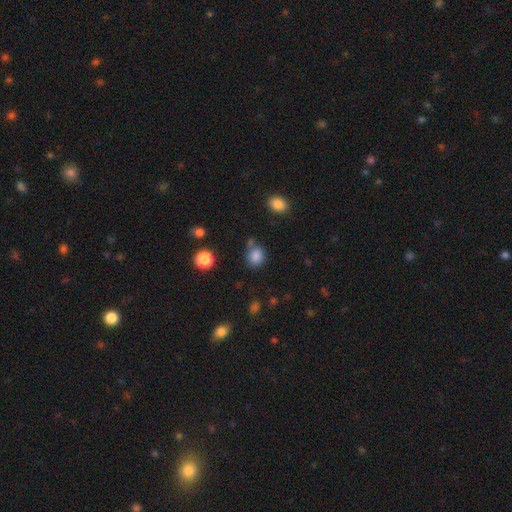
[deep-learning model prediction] Smooth or featured?
  - smooth: 84% *
  - star or artifact: 11%
  - featured or disk: 5%
How rounded?
  - round: 73% *
  - in between: 27%
  - cigar-shaped: 1%
Merging?
  - none: 67% *
  - minor disturbance: 16%
  - merger: 13%
  - major disturbance: 5%